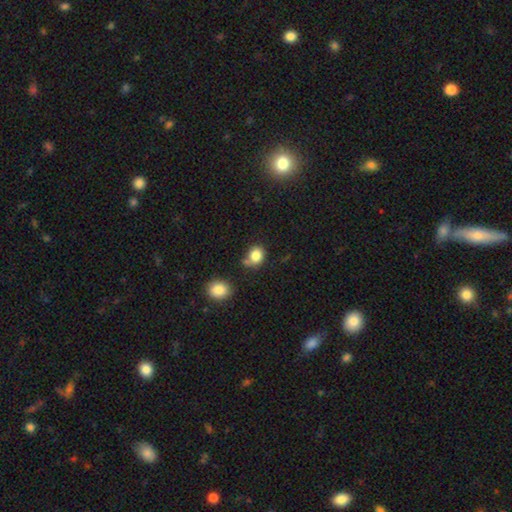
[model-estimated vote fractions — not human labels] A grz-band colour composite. It shows a smooth galaxy with no disk features (83%) that is round (60%). Merging: none (57%).